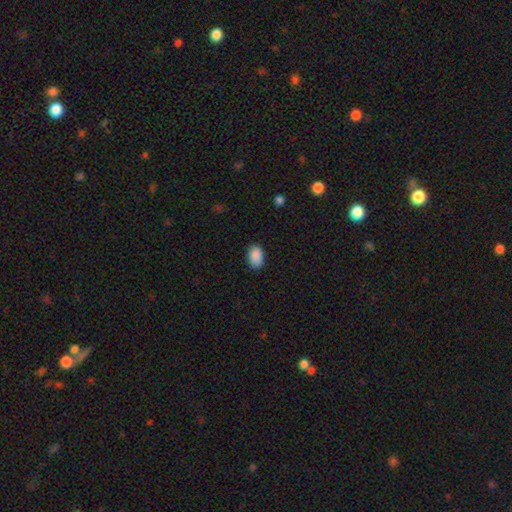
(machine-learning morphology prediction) Overall: smooth (90%). How rounded: in between (91%). Merging: none (86%).